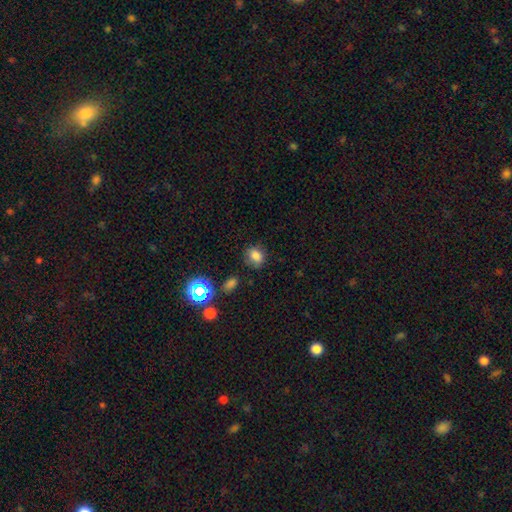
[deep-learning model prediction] This is likely a smooth galaxy (78%). How rounded: possibly round (60%). Merging: likely none (76%).